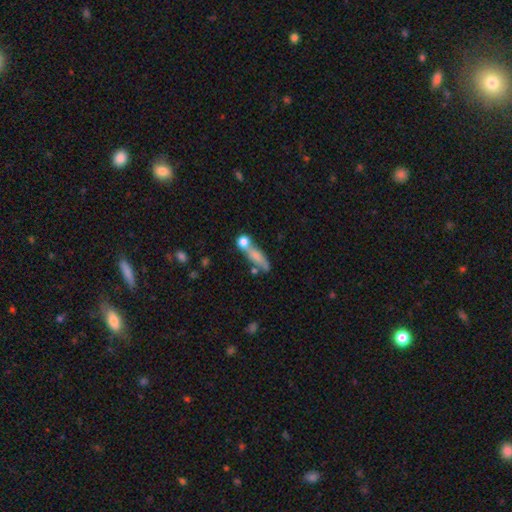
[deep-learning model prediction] This appears to be a smooth galaxy with no disk features (65%) that is cigar-shaped (61%). Merging: none (47%).